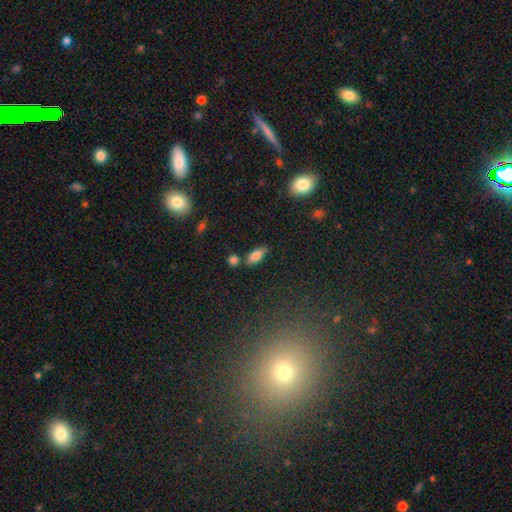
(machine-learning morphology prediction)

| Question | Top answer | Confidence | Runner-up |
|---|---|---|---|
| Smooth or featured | smooth | 81% | featured or disk (10%) |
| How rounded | in between | 84% | cigar-shaped (13%) |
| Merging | none | 76% | minor disturbance (12%) |